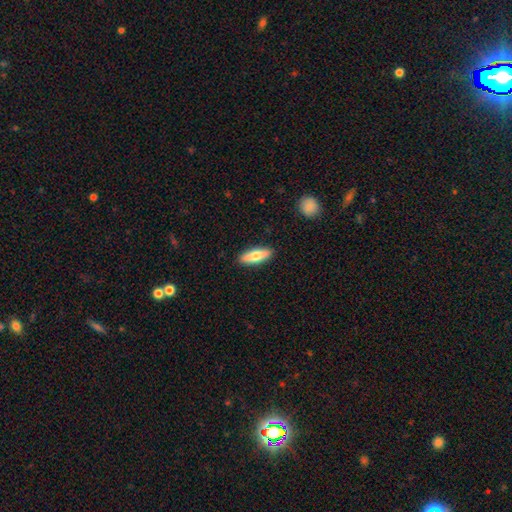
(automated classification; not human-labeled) This appears to be a smooth galaxy with no disk features (68%) that is cigar-shaped (50%). Merging: none (90%).